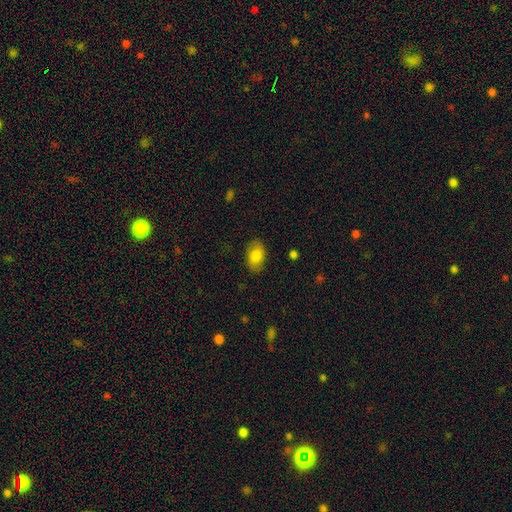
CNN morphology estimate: A smooth galaxy with no disk features (81%) that is in between round and cigar-shaped (89%).

Vote fractions:
- Smooth or featured? smooth: 81% / featured or disk: 11% / star or artifact: 7%
- How rounded? in between: 89% / round: 10% / cigar-shaped: 1%
- Merging? none: 83% / minor disturbance: 12% / major disturbance: 3% / merger: 1%